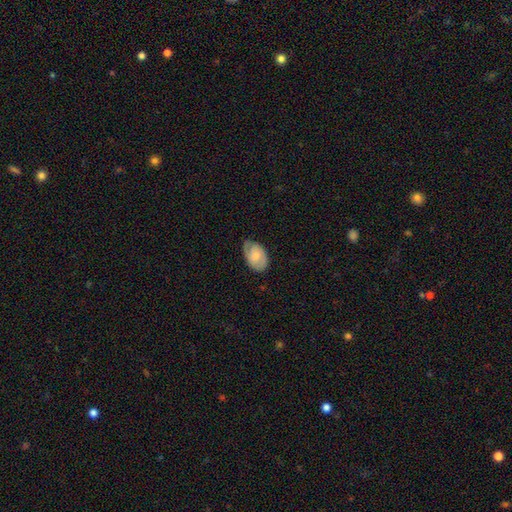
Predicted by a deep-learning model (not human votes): Smooth or featured: featured or disk — 48% (smooth — 46%)
Merging: none — 65% (minor disturbance — 27%)